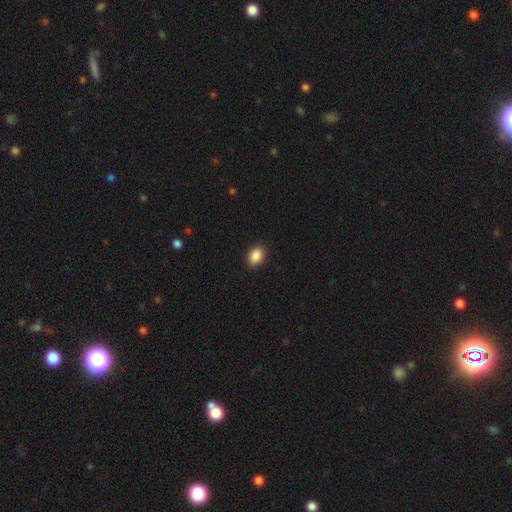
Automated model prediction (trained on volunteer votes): smooth 89%, star or artifact 8%, featured or disk 3%. Down the decision tree: how rounded — in between (72%); merging — none (90%).